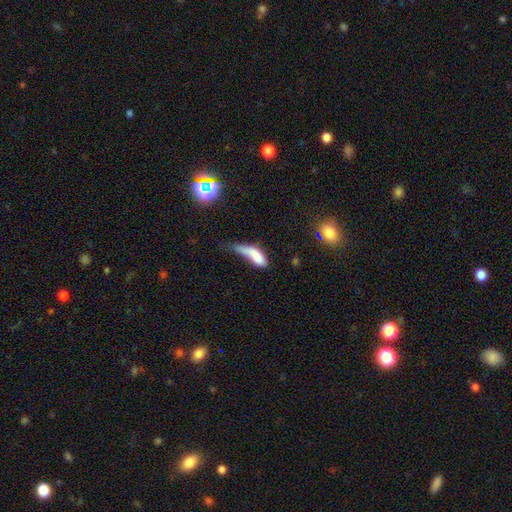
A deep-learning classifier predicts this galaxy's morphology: This is likely a smooth galaxy (74%). How rounded: likely in between (61%). Merging: marginally major disturbance (40%).